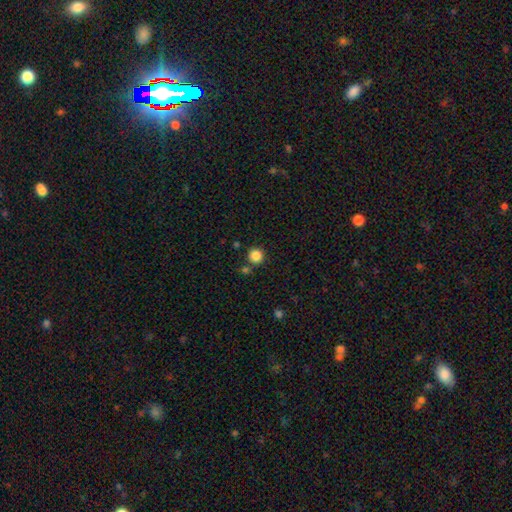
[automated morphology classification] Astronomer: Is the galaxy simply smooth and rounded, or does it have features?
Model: smooth — 86%.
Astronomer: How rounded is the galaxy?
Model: round — 95%.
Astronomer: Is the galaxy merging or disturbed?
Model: none — 83%.